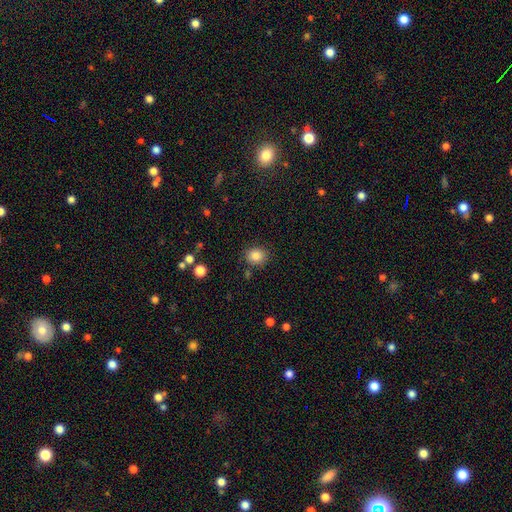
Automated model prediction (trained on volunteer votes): This is clearly a smooth galaxy (85%). How rounded: likely round (72%). Merging: clearly none (84%).